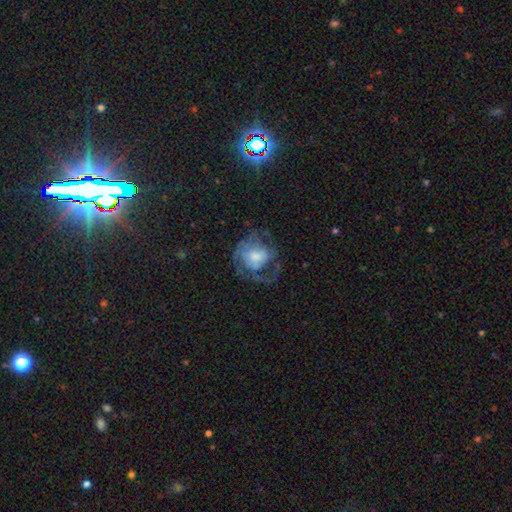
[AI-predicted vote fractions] Morphology: type=featured or disk (66%); edge-on=no (98%); bar=no (65%); spiral arms=yes (79%); winding=medium (42%); arm count=can't tell (32%); bulge=moderate (40%); merging=none (47%).